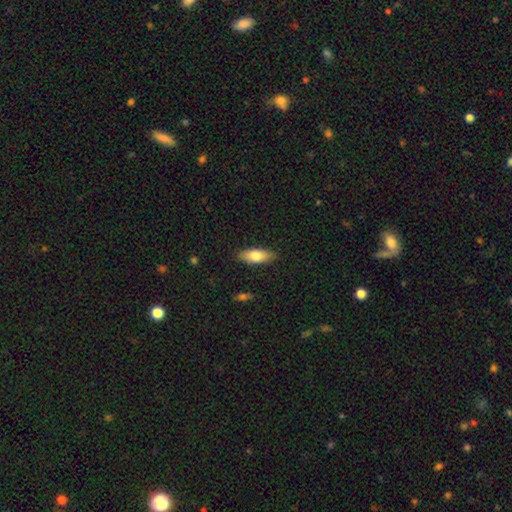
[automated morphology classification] The model was most divided on "how rounded": in between: 72%, cigar-shaped: 25%, round: 3%. More confident: merging — none (87%); smooth or featured — smooth (74%).